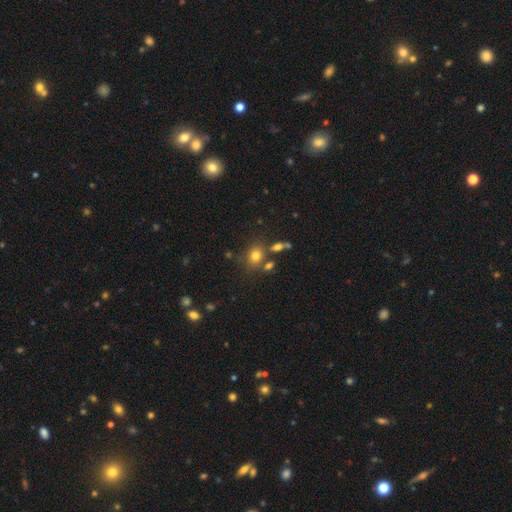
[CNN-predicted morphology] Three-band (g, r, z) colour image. It shows a smooth galaxy with no disk features (77%) that is round (59%). Merging: none (67%).